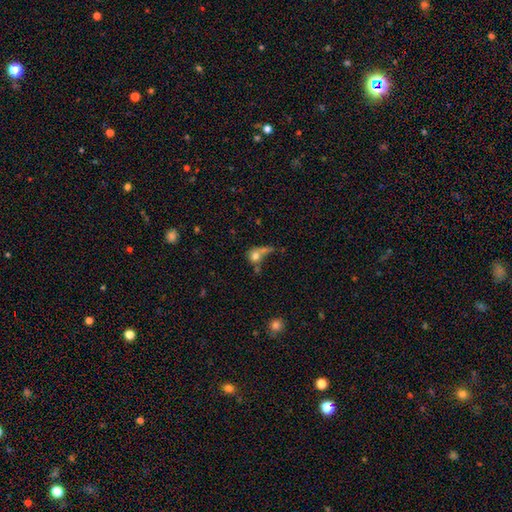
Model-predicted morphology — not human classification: This appears to be a smooth galaxy with no disk features (69%) that is round (66%). Merging: merger (32%).